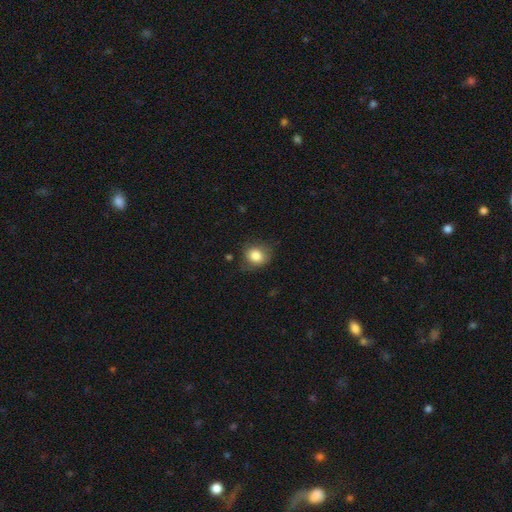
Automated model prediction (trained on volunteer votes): Smooth or featured? smooth (83%)
How rounded? round (63%)
Merging? none (67%)